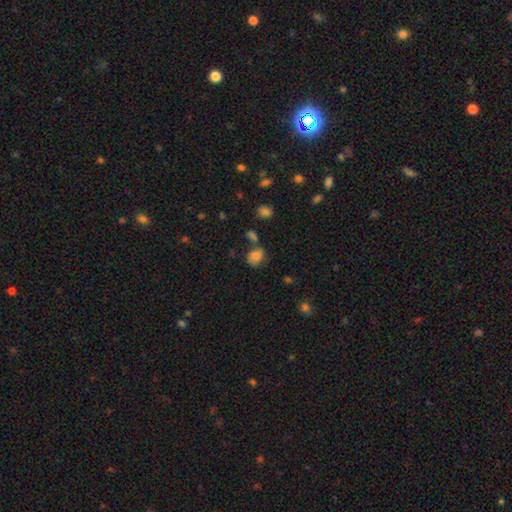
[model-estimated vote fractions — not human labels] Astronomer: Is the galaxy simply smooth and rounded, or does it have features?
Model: smooth — 74%.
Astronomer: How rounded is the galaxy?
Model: in between — 56% (runner-up: round, 43%).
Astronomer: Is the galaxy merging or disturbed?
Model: none — 46% (runner-up: minor disturbance, 23%).